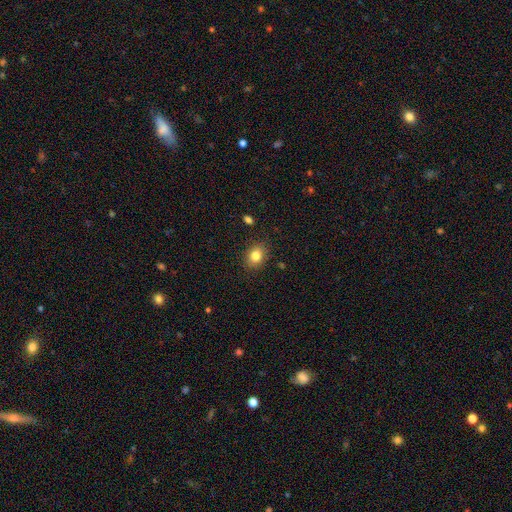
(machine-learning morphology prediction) This is clearly a smooth galaxy (83%). How rounded: possibly in between (56%). Merging: clearly none (87%).